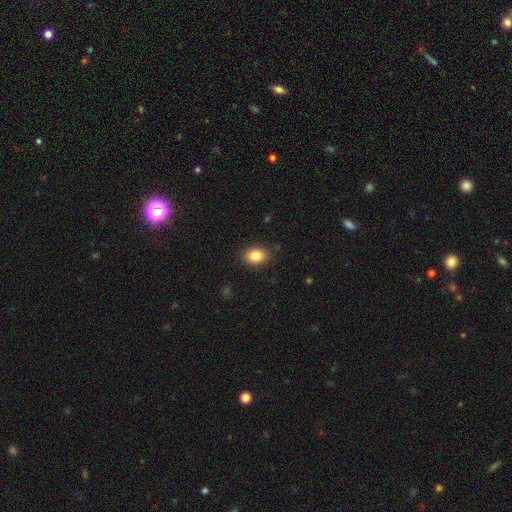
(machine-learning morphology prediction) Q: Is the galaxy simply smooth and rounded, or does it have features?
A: smooth — 85%.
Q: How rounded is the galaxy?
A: in between — 74%.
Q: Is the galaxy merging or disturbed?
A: none — 86%.